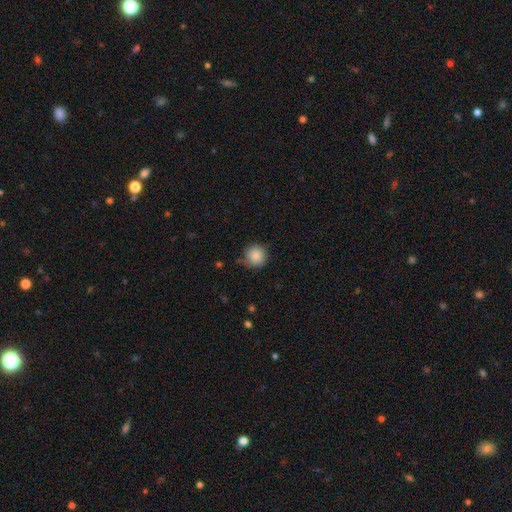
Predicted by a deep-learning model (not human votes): smooth_or_featured: smooth (p=0.87) [alt: star or artifact p=0.09]
how_rounded: round (p=0.94) [alt: in between p=0.05]
merging: none (p=0.78) [alt: minor disturbance p=0.17]